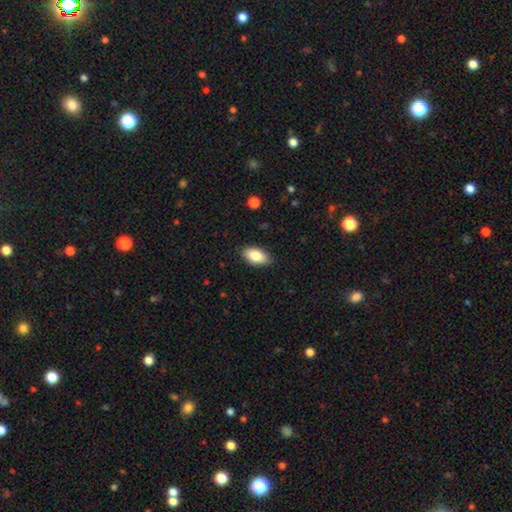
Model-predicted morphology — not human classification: Smooth or featured? smooth (83%)
How rounded? in between (93%)
Merging? none (87%)